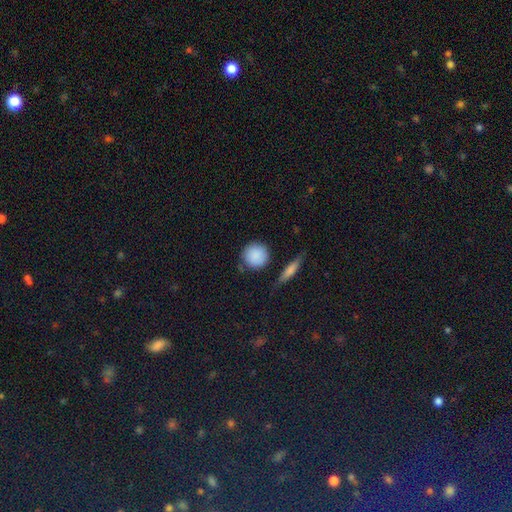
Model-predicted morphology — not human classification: This is clearly a smooth galaxy (88%). How rounded: clearly round (91%). Merging: likely none (78%).